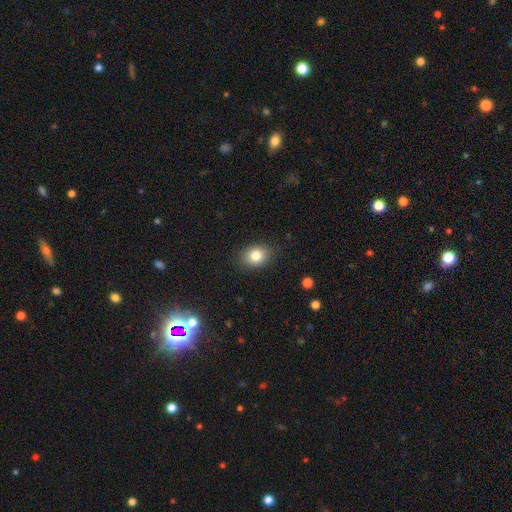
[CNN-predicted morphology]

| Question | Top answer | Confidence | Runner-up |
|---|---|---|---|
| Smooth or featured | smooth | 82% | star or artifact (10%) |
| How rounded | in between | 59% | round (40%) |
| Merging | none | 86% | minor disturbance (10%) |